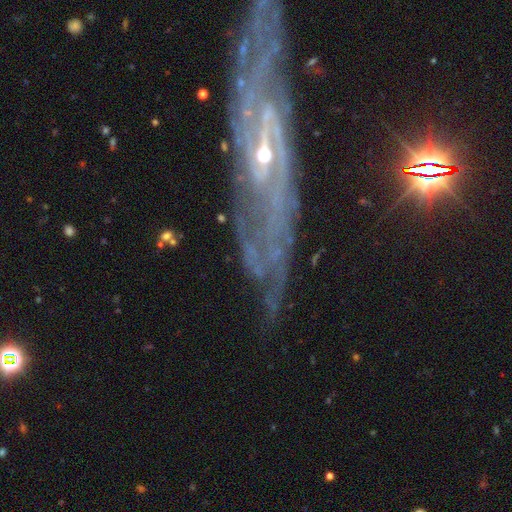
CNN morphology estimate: smooth_or_featured: featured or disk (p=0.84) [alt: star or artifact p=0.10]
disk_edge_on: no (p=0.80) [alt: yes p=0.20]
bar: no (p=0.41) [alt: weak p=0.36]
has_spiral_arms: yes (p=0.94) [alt: no p=0.06]
spiral_winding: tight (p=0.53) [alt: medium p=0.35]
spiral_arm_count: 2 (p=0.37) [alt: can't tell p=0.30]
bulge_size: small (p=0.68) [alt: moderate p=0.27]
merging: none (p=0.72) [alt: minor disturbance p=0.17]